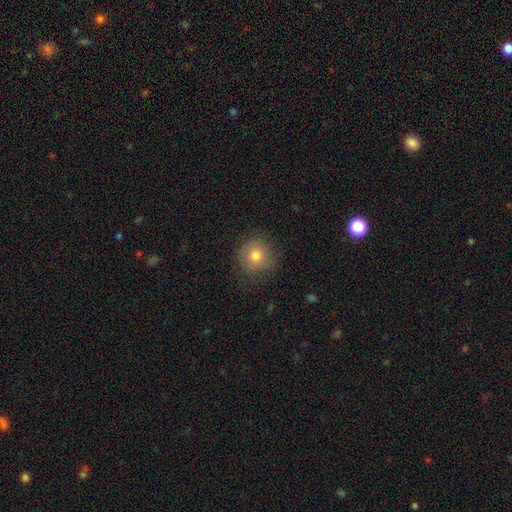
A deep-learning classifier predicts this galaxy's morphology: Smooth or featured?
  - smooth: 73% *
  - featured or disk: 16%
  - star or artifact: 12%
How rounded?
  - round: 91% *
  - in between: 8%
  - cigar-shaped: 1%
Merging?
  - none: 78% *
  - minor disturbance: 15%
  - major disturbance: 5%
  - merger: 1%